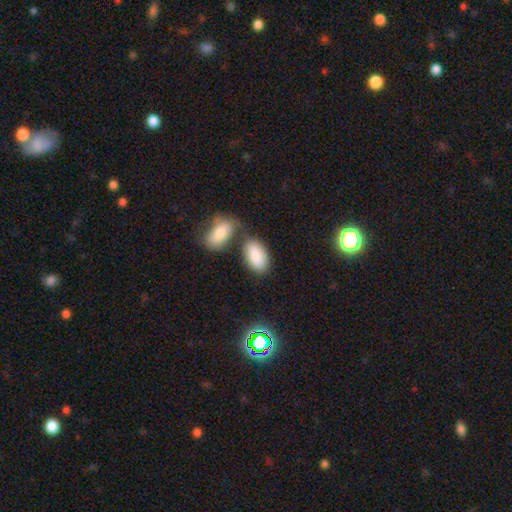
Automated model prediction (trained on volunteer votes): This is clearly a smooth galaxy (87%). How rounded: clearly in between (95%). Merging: possibly none (51%).